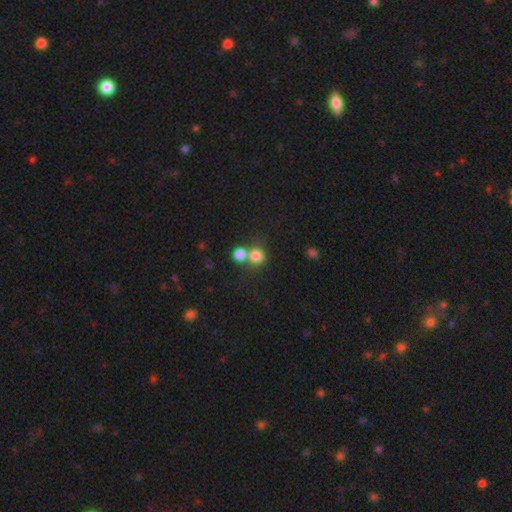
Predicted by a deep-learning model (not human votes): Morphology: type=smooth (80%); roundness=round (87%); merging=none (52%).